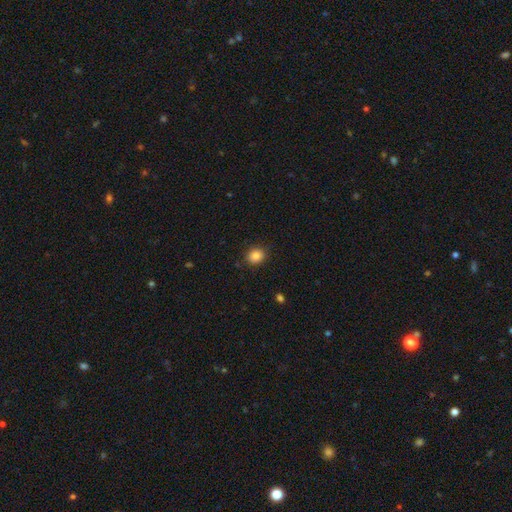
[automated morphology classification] Q: Smooth or featured?
A: smooth (86%); runner-up: star or artifact (10%)
Q: How rounded?
A: round (70%); runner-up: in between (29%)
Q: Merging?
A: none (89%); runner-up: minor disturbance (8%)